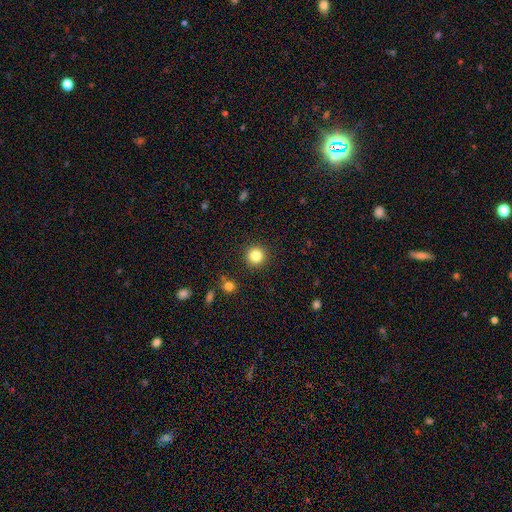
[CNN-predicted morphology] type=smooth (84%); roundness=round (95%); merging=none (91%).